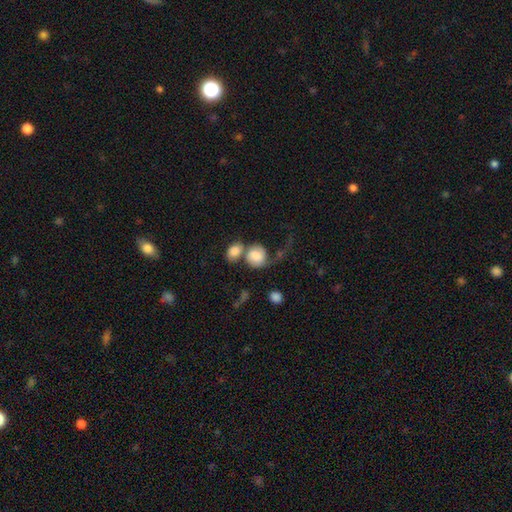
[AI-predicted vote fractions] The model was most divided on "merging": merger: 52%, none: 20%, major disturbance: 18%, minor disturbance: 10%. More confident: how rounded — round (67%); smooth or featured — smooth (62%).